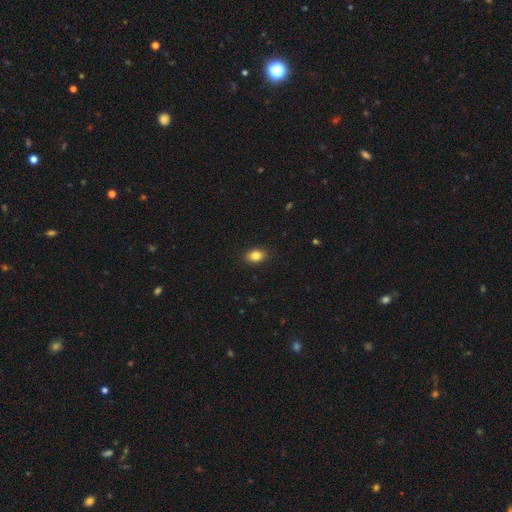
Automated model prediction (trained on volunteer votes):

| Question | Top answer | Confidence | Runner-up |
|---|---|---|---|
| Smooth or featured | smooth | 83% | star or artifact (10%) |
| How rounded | in between | 77% | round (22%) |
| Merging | none | 89% | minor disturbance (8%) |